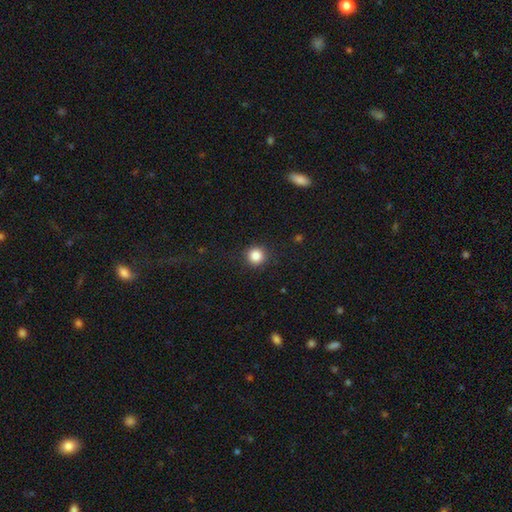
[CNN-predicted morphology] Smooth or featured? smooth (86%)
How rounded? round (94%)
Merging? none (89%)